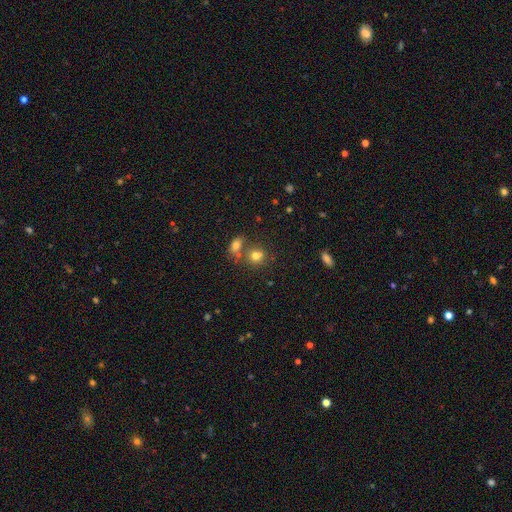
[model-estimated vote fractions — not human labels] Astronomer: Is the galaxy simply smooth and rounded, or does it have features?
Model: smooth — 74%.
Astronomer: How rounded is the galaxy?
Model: round — 71%.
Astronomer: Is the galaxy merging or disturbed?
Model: none — 51% (runner-up: merger, 35%).